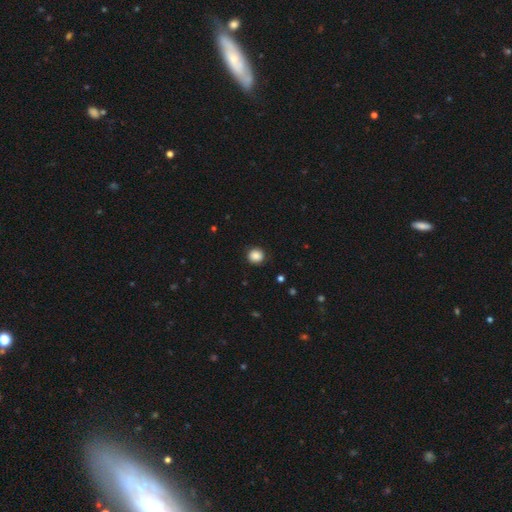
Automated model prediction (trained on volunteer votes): Smooth or featured: smooth — 87% (star or artifact — 9%)
How rounded: round — 88% (in between — 12%)
Merging: none — 86% (minor disturbance — 10%)